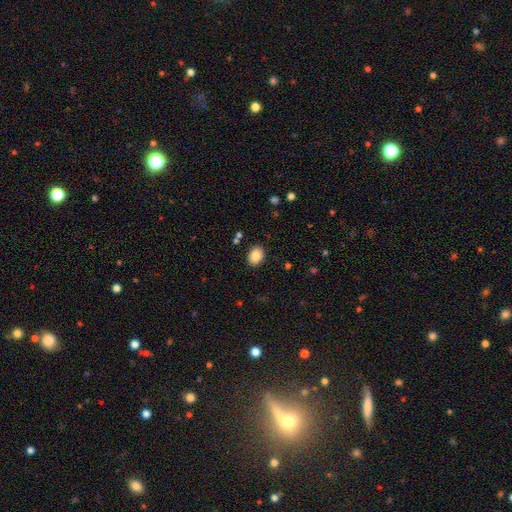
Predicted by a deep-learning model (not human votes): A smooth galaxy with no disk features (86%) that is in between round and cigar-shaped (63%).

Vote fractions:
- Smooth or featured? smooth: 86% / star or artifact: 8% / featured or disk: 6%
- How rounded? in between: 63% / round: 37% / cigar-shaped: 1%
- Merging? none: 88% / minor disturbance: 8% / major disturbance: 2% / merger: 2%